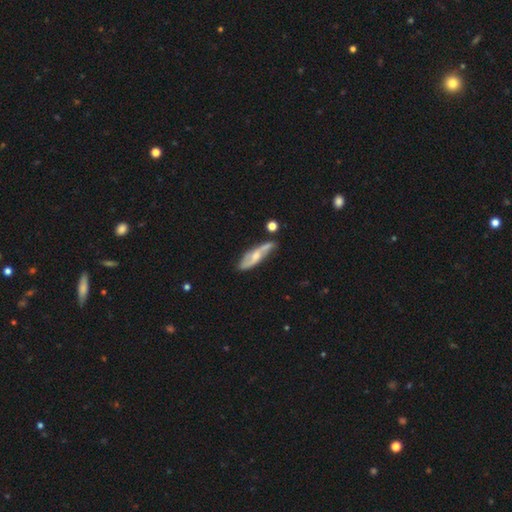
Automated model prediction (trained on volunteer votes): featured or disk 70%, smooth 25%, star or artifact 6%. Down the decision tree: edge-on disk — no (77%); bar — no (51%); spiral arms — yes (91%); bulge size — moderate (49%); merging — none (68%).